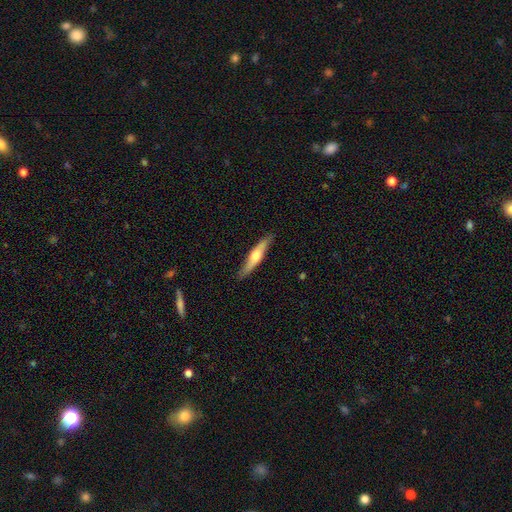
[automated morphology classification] This is possibly a featured or disk galaxy (53%). It is clearly viewed edge-on (92%). Merging: clearly none (87%).